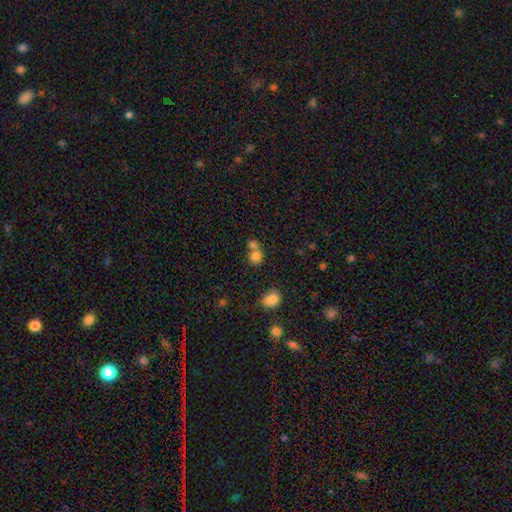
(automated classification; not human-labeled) A smooth galaxy with no disk features (77%) that is round (75%). Merging: merger (50%).